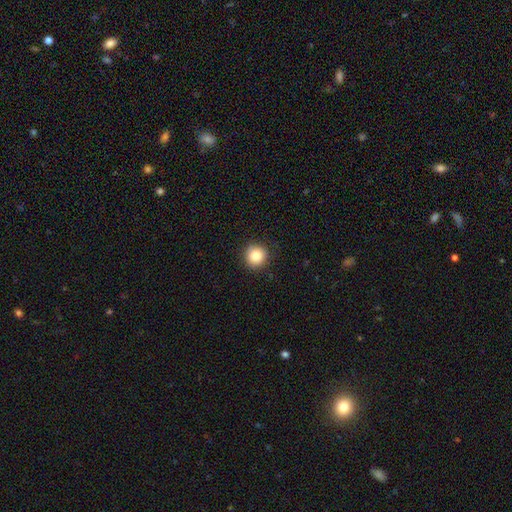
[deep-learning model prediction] smooth 85%, star or artifact 10%, featured or disk 5%. Down the decision tree: how rounded — round (93%); merging — none (90%).